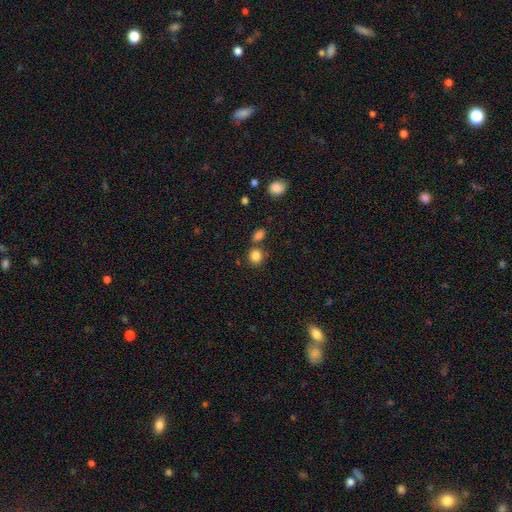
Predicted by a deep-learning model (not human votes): Q: Smooth or featured?
A: smooth (85%); runner-up: star or artifact (10%)
Q: How rounded?
A: round (76%); runner-up: in between (23%)
Q: Merging?
A: none (67%); runner-up: merger (19%)